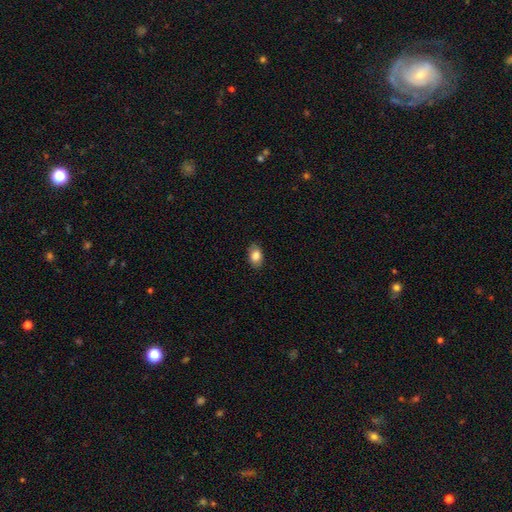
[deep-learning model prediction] smooth 84%, featured or disk 8%, star or artifact 8%. Down the decision tree: how rounded — in between (85%); merging — none (85%).